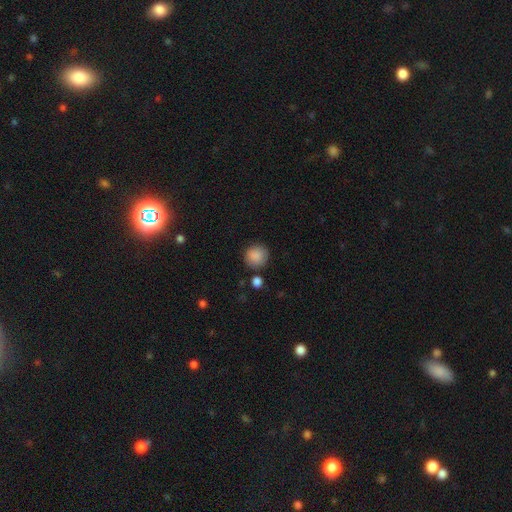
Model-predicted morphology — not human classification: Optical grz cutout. It shows a smooth galaxy with no disk features (89%) that is round (92%). Merging: none (84%).